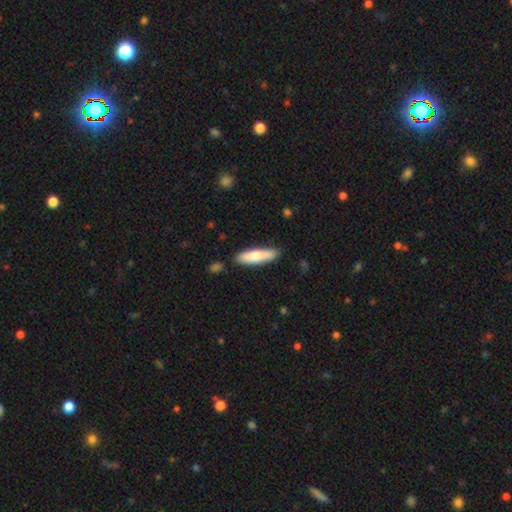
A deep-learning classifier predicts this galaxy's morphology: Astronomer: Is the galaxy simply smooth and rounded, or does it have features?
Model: smooth — 72%.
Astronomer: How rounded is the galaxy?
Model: cigar-shaped — 65%.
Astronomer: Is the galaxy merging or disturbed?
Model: none — 83%.